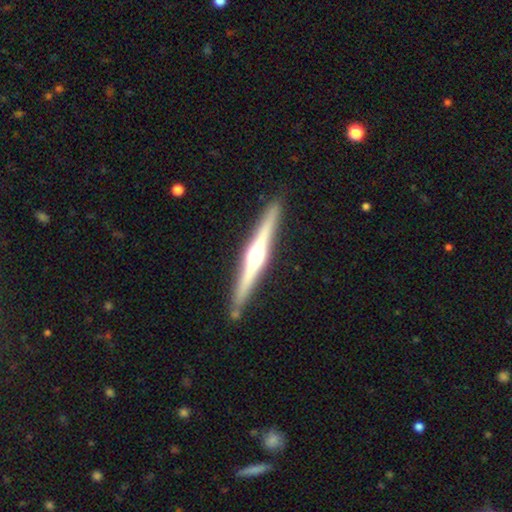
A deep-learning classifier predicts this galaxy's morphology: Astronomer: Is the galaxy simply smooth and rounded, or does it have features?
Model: featured or disk — 79%.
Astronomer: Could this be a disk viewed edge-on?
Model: yes — 98%.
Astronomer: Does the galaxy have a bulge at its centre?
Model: rounded — 92%.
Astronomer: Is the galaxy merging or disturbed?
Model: none — 88%.